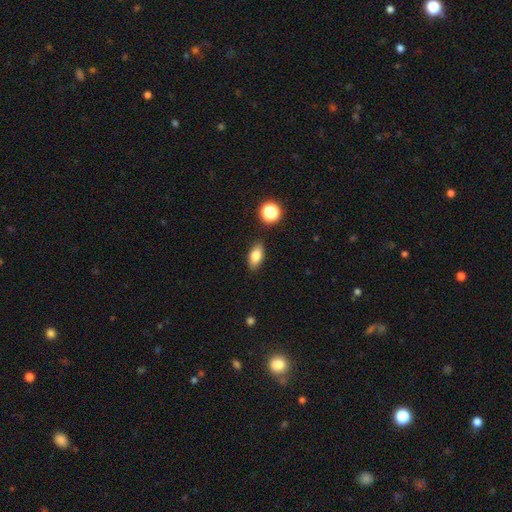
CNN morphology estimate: smooth_or_featured: smooth (p=0.80) [alt: featured or disk p=0.11]
how_rounded: in between (p=0.85) [alt: cigar-shaped p=0.09]
merging: none (p=0.86) [alt: minor disturbance p=0.09]